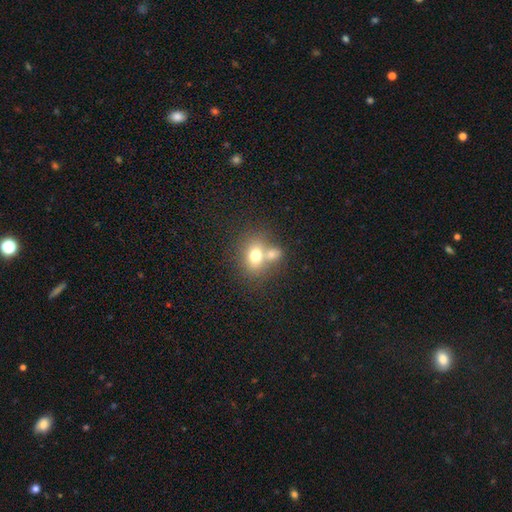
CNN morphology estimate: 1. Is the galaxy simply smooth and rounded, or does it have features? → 72% smooth, 17% featured or disk, 11% star or artifact.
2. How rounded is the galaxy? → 54% in between, 45% round, 1% cigar-shaped.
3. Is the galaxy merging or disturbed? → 47% merger, 39% none, 10% minor disturbance, 4% major disturbance.